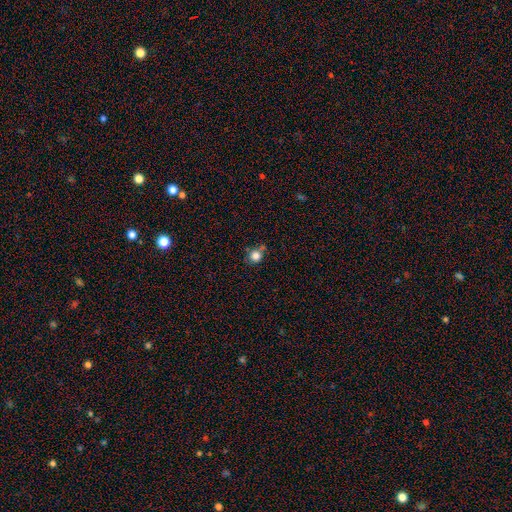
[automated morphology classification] Smooth or featured: smooth — 82% (star or artifact — 12%)
How rounded: round — 88% (in between — 11%)
Merging: none — 62% (minor disturbance — 17%)